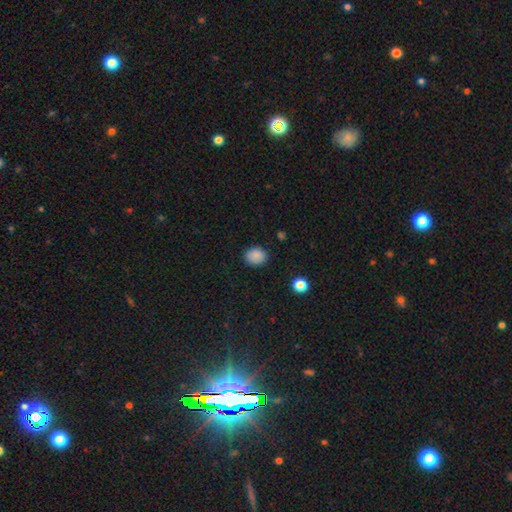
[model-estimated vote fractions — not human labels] A smooth galaxy with no disk features (87%) that is round (61%).

Vote fractions:
- Smooth or featured? smooth: 87% / star or artifact: 9% / featured or disk: 4%
- How rounded? round: 61% / in between: 38% / cigar-shaped: 1%
- Merging? none: 88% / minor disturbance: 9% / major disturbance: 2% / merger: 1%